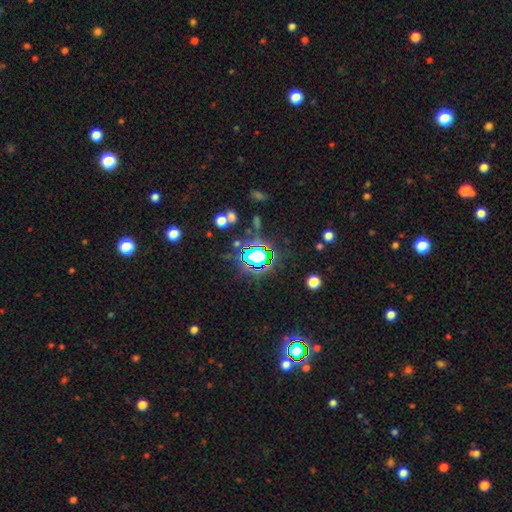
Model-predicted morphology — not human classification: Smooth or featured: star or artifact — 64% (smooth — 22%)